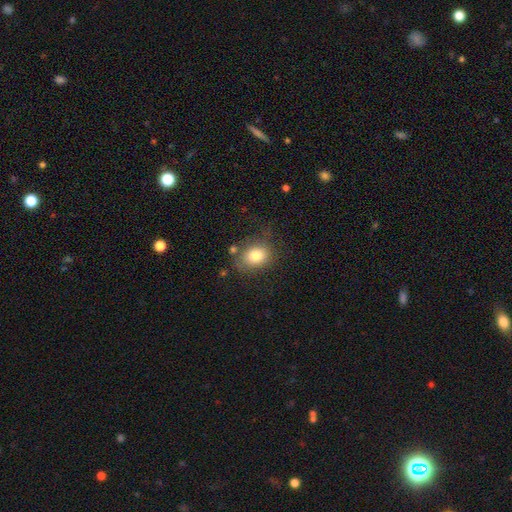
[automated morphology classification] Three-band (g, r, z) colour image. It shows a smooth galaxy with no disk features (80%) that is in between round and cigar-shaped (64%). Merging: none (68%).